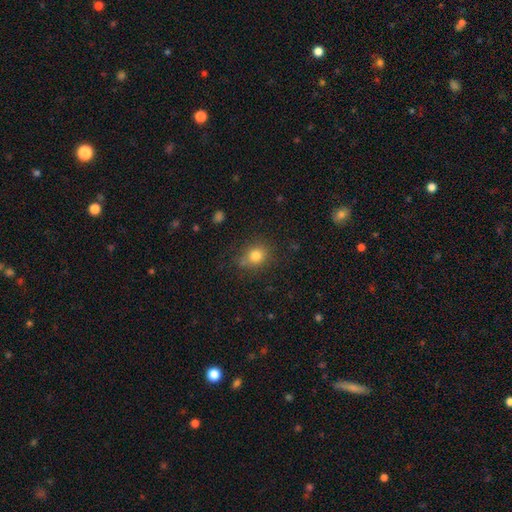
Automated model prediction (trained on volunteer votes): A smooth galaxy with no disk features (80%) that is round (61%). Merging: none (72%).